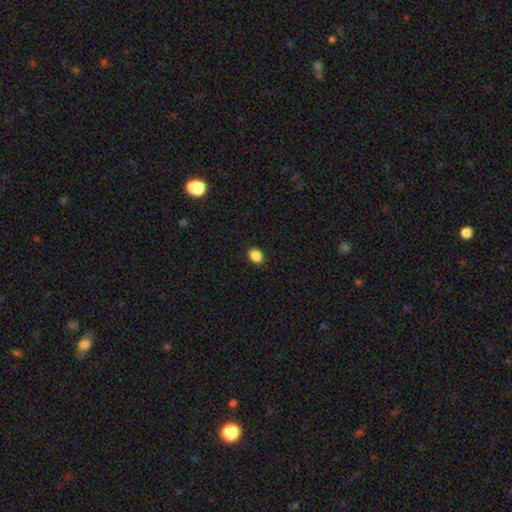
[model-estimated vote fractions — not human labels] smooth-or-featured: smooth: 88% | star or artifact: 10% | featured or disk: 3%
  how-rounded: in between: 54% | round: 45% | cigar-shaped: 1%
  merging: none: 90% | minor disturbance: 7% | major disturbance: 2% | merger: 1%